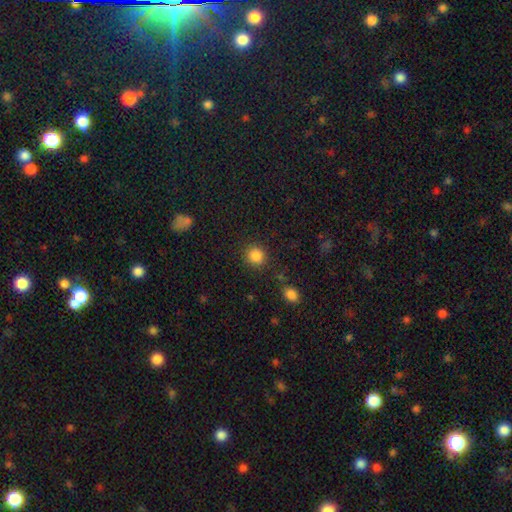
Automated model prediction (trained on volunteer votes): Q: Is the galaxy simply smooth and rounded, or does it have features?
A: smooth — 86%.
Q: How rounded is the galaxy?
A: round — 89%.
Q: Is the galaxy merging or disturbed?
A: none — 87%.